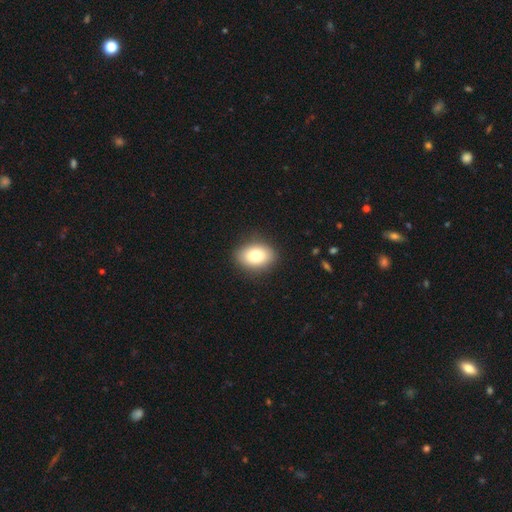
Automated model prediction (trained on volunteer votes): A smooth galaxy with no disk features (83%) that is in between round and cigar-shaped (81%).

Vote fractions:
- Smooth or featured? smooth: 83% / featured or disk: 9% / star or artifact: 8%
- How rounded? in between: 81% / round: 18% / cigar-shaped: 1%
- Merging? none: 87% / minor disturbance: 9% / major disturbance: 2% / merger: 1%